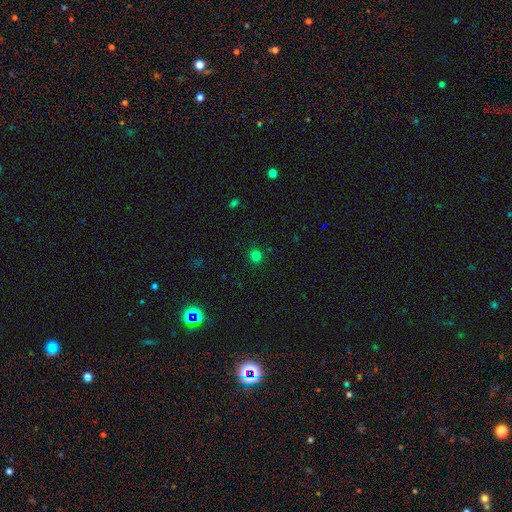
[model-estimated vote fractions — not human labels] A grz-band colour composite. It shows a smooth galaxy with no disk features (78%) that is round (91%). Merging: none (91%).